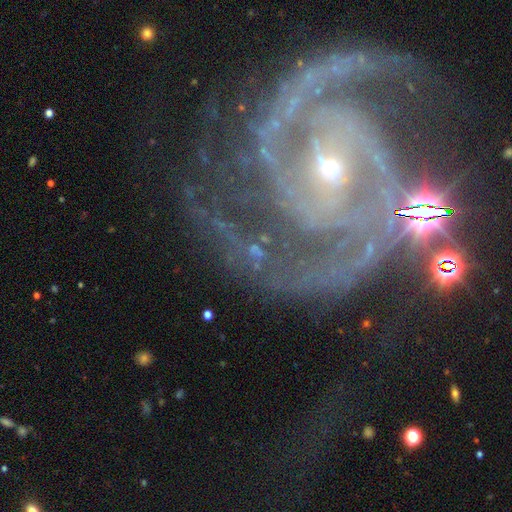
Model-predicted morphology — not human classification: A featured or disk galaxy (80%) with no bar (40%), 2 (32%) tight (52%) spiral arms (90%) and a small central bulge (72%). Merging: none (61%).